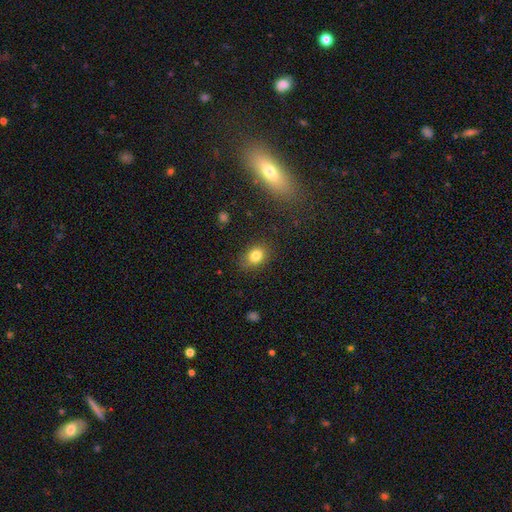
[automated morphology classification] This appears to be a smooth galaxy with no disk features (81%) that is in between round and cigar-shaped (55%). Merging: none (81%).